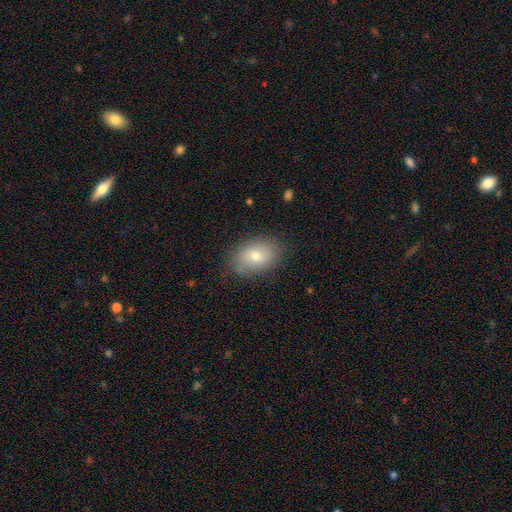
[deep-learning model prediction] Smooth or featured: smooth — 74% (featured or disk — 17%)
How rounded: in between — 81% (round — 17%)
Merging: none — 83% (minor disturbance — 13%)